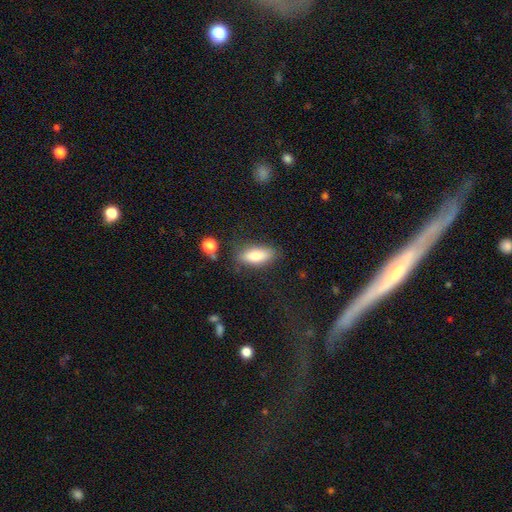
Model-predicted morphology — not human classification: A smooth galaxy with no disk features (82%) that is in between round and cigar-shaped (76%). Merging: none (78%).